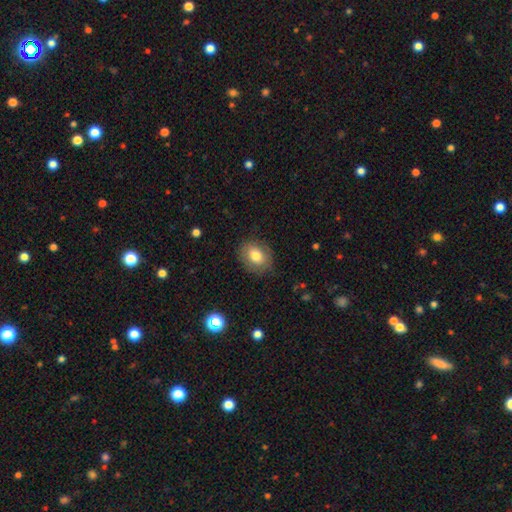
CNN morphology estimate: A smooth galaxy with no disk features (75%) that is in between round and cigar-shaped (55%).

Vote fractions:
- Smooth or featured? smooth: 75% / featured or disk: 16% / star or artifact: 9%
- How rounded? in between: 55% / round: 44% / cigar-shaped: 1%
- Merging? none: 81% / minor disturbance: 14% / major disturbance: 4% / merger: 1%